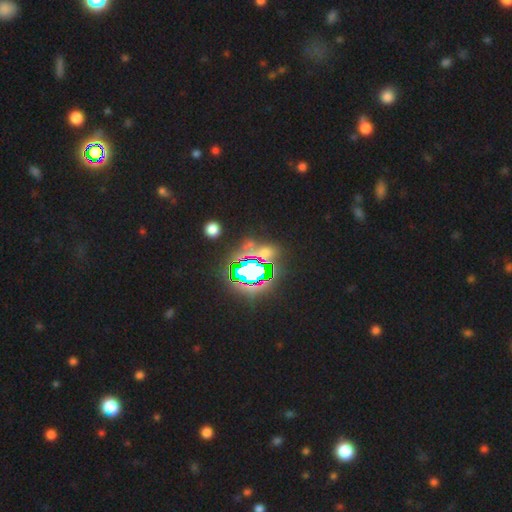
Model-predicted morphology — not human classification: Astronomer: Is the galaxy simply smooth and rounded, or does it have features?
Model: star or artifact — 80%.